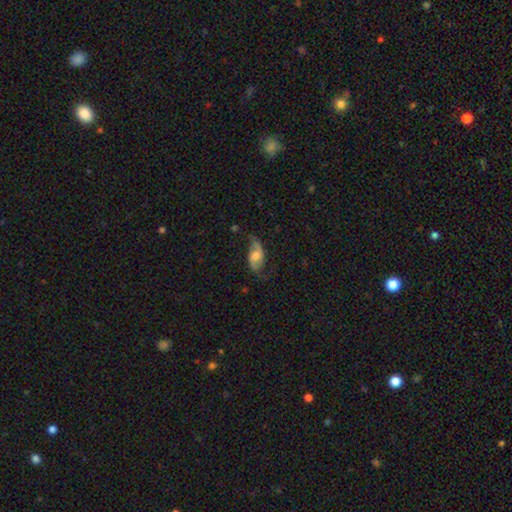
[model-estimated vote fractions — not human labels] This appears to be a featured or disk galaxy (64%) with no bar (60%), 2 (88%) loose (69%) spiral arms (89%) and a moderate central bulge (57%). Merging: none (61%).